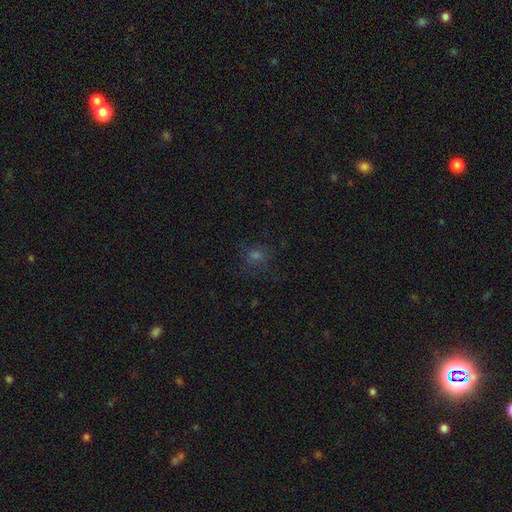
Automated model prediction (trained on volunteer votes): This is possibly a smooth galaxy (50%). How rounded: clearly round (81%). Merging: likely none (76%).